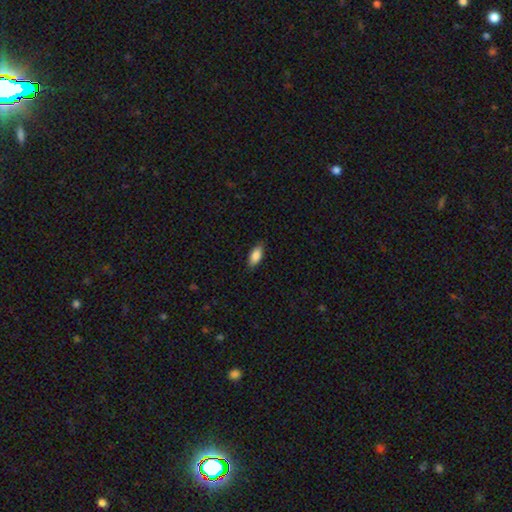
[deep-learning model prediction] smooth 85%, featured or disk 8%, star or artifact 7%. Down the decision tree: how rounded — in between (85%); merging — none (85%).